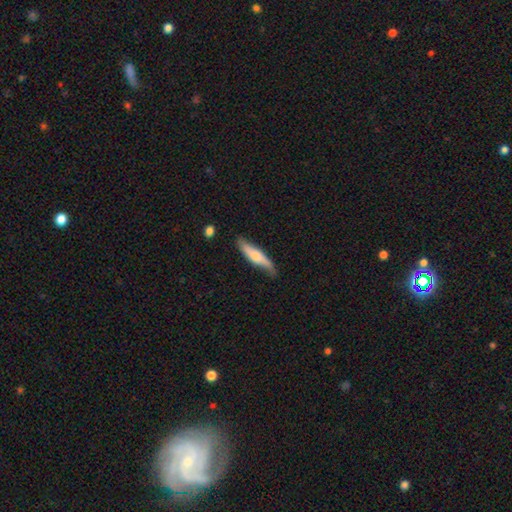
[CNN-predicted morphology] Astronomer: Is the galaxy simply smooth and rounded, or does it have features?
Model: smooth — 61%.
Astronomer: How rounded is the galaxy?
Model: cigar-shaped — 76%.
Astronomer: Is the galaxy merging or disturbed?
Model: none — 66%.